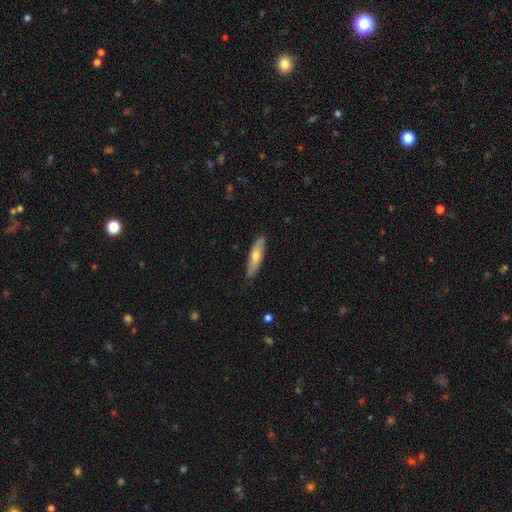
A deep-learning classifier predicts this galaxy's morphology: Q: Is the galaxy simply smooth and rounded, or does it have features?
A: smooth — 60%.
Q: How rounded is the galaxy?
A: cigar-shaped — 66%.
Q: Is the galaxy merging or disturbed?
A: none — 85%.